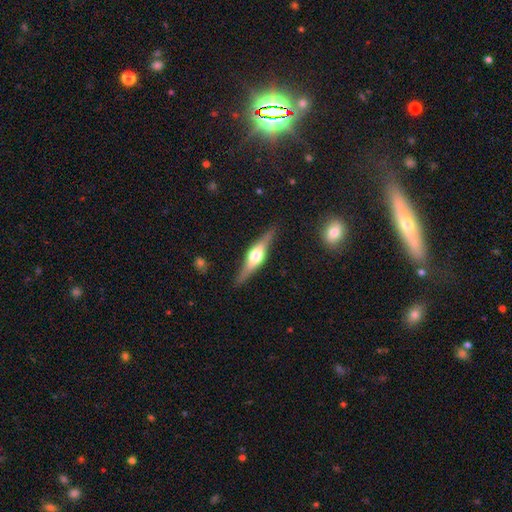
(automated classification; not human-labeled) Smooth or featured: featured or disk — 74% (smooth — 21%)
Edge-on disk: yes — 97% (no — 3%)
Edge-on bulge: rounded — 92% (boxy — 6%)
Merging: none — 88% (minor disturbance — 9%)